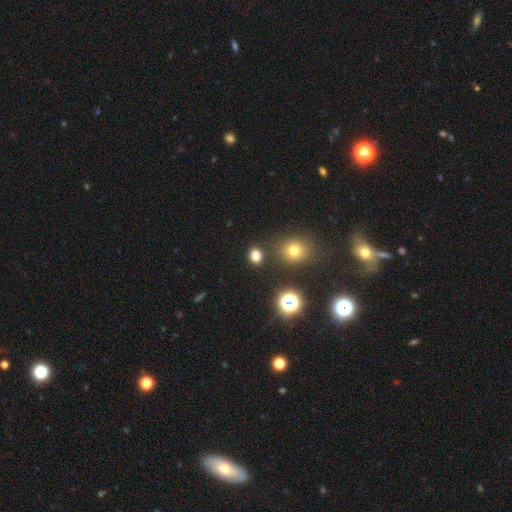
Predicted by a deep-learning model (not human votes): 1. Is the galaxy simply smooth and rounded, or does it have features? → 76% smooth, 19% star or artifact, 5% featured or disk.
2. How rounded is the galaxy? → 53% round, 45% in between, 1% cigar-shaped.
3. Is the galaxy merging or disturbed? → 83% none, 9% minor disturbance, 5% merger, 3% major disturbance.